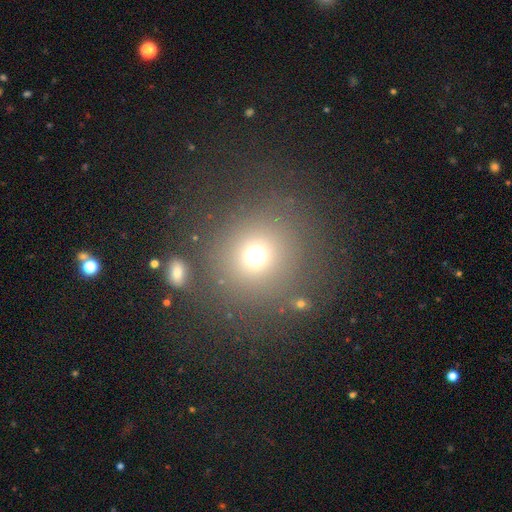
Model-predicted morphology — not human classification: smooth-or-featured: smooth: 69% | star or artifact: 21% | featured or disk: 10%
  how-rounded: round: 91% | in between: 8% | cigar-shaped: 1%
  merging: none: 76% | minor disturbance: 9% | merger: 8% | major disturbance: 7%